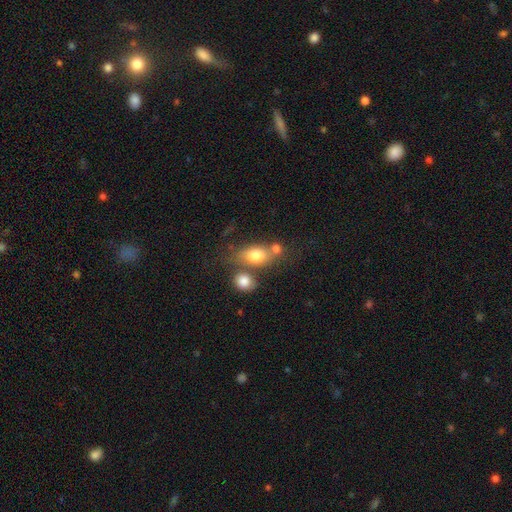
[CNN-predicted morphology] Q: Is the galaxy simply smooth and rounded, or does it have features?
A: smooth — 77%.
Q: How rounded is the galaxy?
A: in between — 74%.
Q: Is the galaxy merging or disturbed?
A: none — 44%.